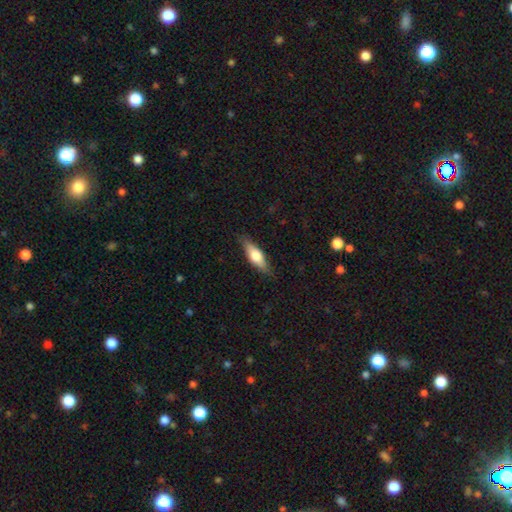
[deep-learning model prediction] This appears to be a smooth galaxy with no disk features (57%) that is in between round and cigar-shaped (52%). Merging: none (84%).